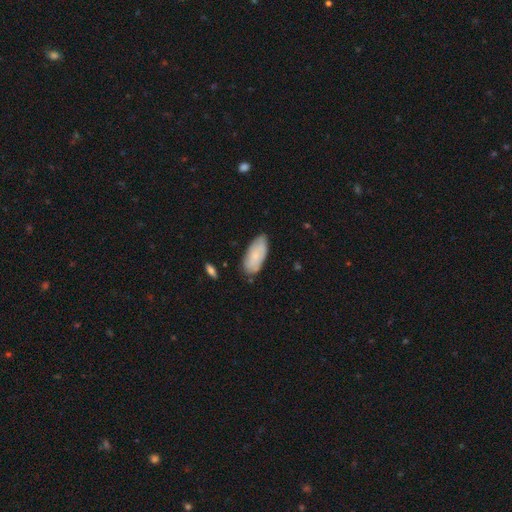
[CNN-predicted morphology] A smooth galaxy with no disk features (73%) that is in between round and cigar-shaped (89%). Merging: none (70%).